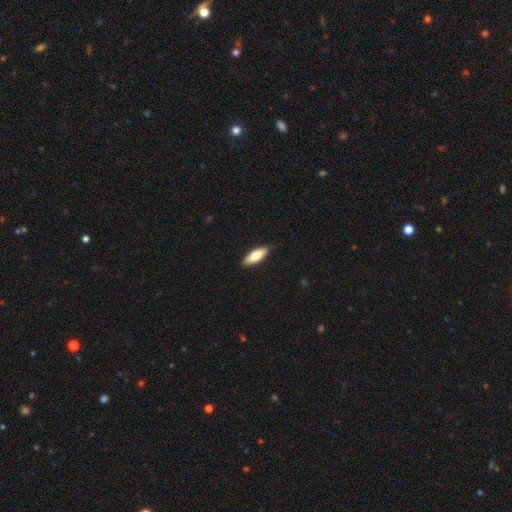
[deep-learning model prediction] Morphology: type=smooth (71%); roundness=in between (61%); merging=none (87%).